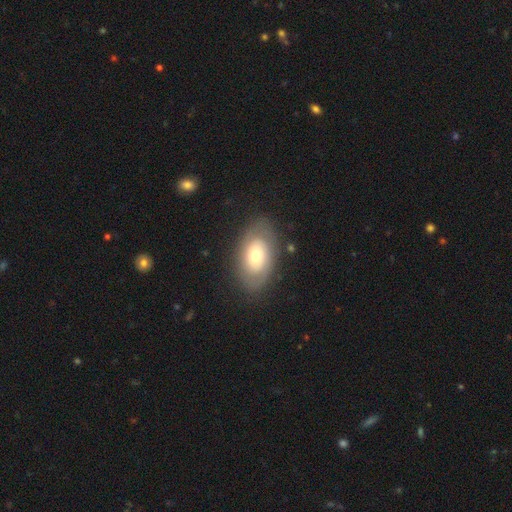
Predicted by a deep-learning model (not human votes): Q: Smooth or featured?
A: smooth (47%); runner-up: featured or disk (46%)
Q: Merging?
A: none (79%); runner-up: minor disturbance (14%)